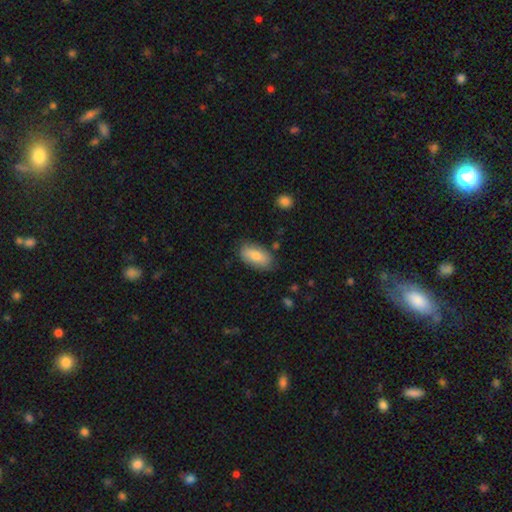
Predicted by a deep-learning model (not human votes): A smooth galaxy with no disk features (76%) that is in between round and cigar-shaped (93%).

Vote fractions:
- Smooth or featured? smooth: 76% / featured or disk: 17% / star or artifact: 6%
- How rounded? in between: 93% / round: 4% / cigar-shaped: 3%
- Merging? none: 78% / minor disturbance: 17% / major disturbance: 3% / merger: 2%